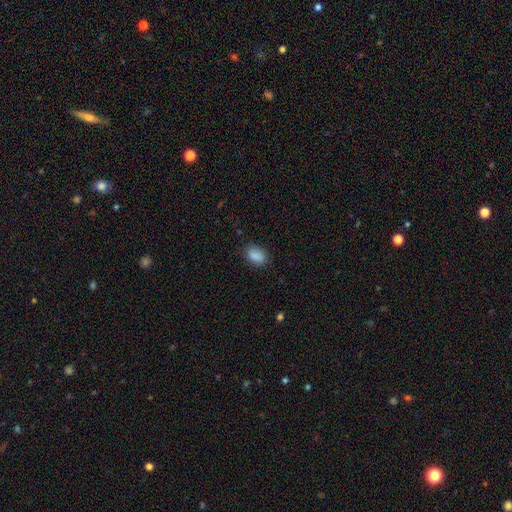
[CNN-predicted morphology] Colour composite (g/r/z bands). It shows a smooth galaxy with no disk features (88%) that is in between round and cigar-shaped (87%). Merging: none (82%).